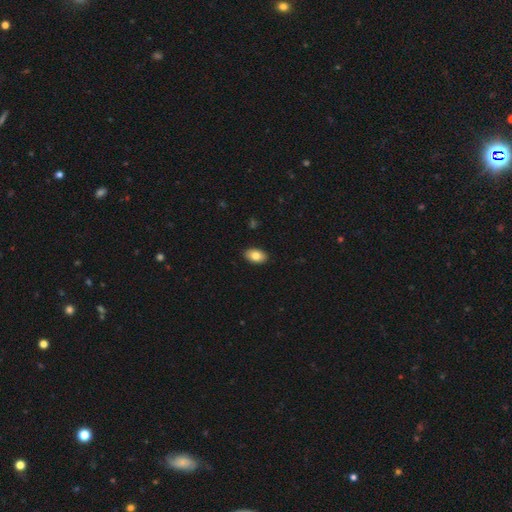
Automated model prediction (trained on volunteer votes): Smooth or featured?
  - smooth: 82% *
  - featured or disk: 10%
  - star or artifact: 7%
How rounded?
  - in between: 91% *
  - round: 7%
  - cigar-shaped: 1%
Merging?
  - none: 90% *
  - minor disturbance: 7%
  - major disturbance: 2%
  - merger: 1%